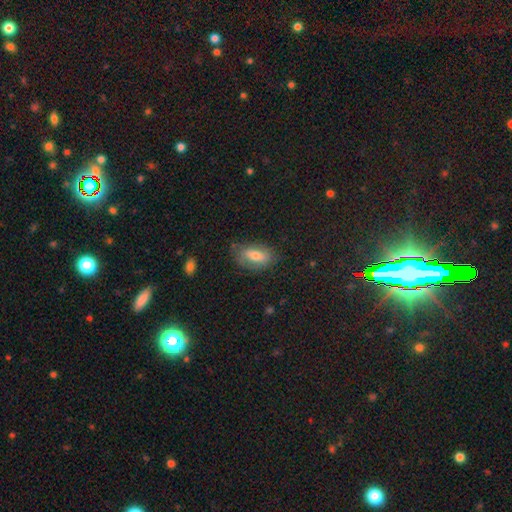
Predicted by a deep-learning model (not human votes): smooth 68%, featured or disk 24%, star or artifact 8%. Down the decision tree: how rounded — in between (84%); merging — none (72%).